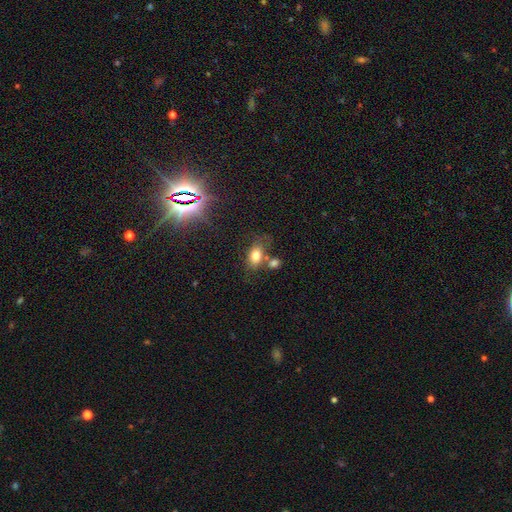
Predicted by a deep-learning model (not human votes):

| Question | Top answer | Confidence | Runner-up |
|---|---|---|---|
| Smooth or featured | smooth | 74% | star or artifact (14%) |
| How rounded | in between | 81% | round (16%) |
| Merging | none | 55% | merger (24%) |